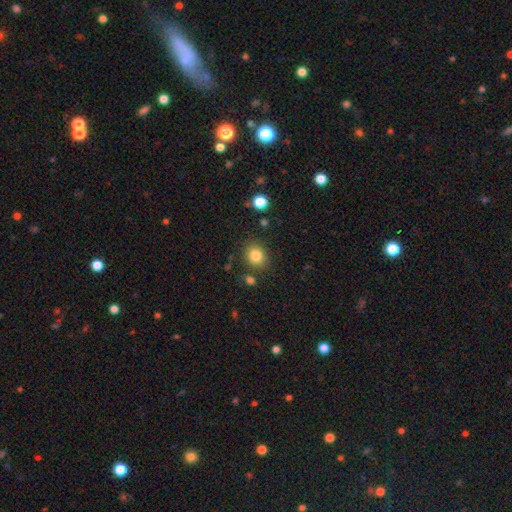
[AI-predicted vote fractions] smooth_or_featured: smooth (p=0.83) [alt: star or artifact p=0.11]
how_rounded: round (p=0.67) [alt: in between p=0.32]
merging: none (p=0.82) [alt: minor disturbance p=0.10]